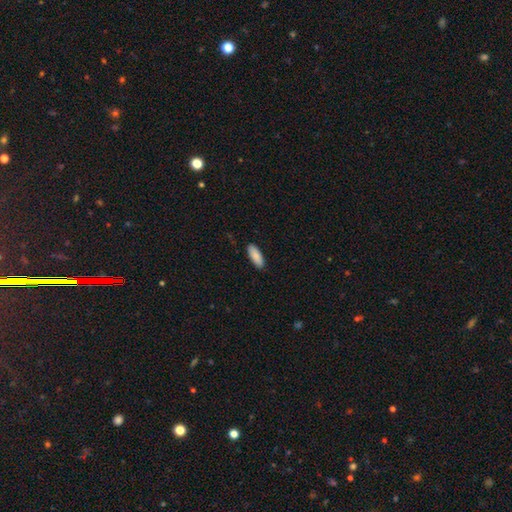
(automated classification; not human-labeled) Smooth or featured: smooth — 89% (featured or disk — 6%)
How rounded: in between — 73% (cigar-shaped — 25%)
Merging: none — 89% (minor disturbance — 8%)